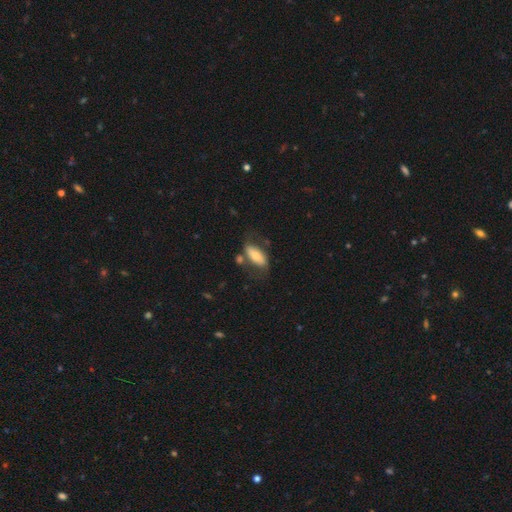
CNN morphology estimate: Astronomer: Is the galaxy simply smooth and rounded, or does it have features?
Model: smooth — 61%.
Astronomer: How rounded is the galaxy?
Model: in between — 82%.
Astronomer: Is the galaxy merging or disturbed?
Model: none — 55%.